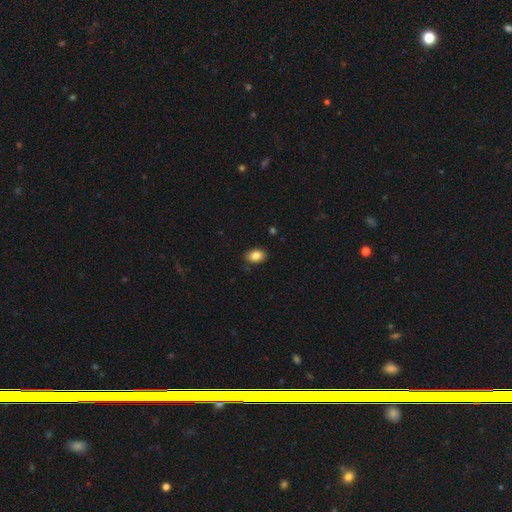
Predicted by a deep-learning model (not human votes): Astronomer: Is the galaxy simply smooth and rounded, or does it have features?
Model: smooth — 85%.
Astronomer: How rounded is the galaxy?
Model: in between — 79%.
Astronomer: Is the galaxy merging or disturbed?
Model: none — 87%.